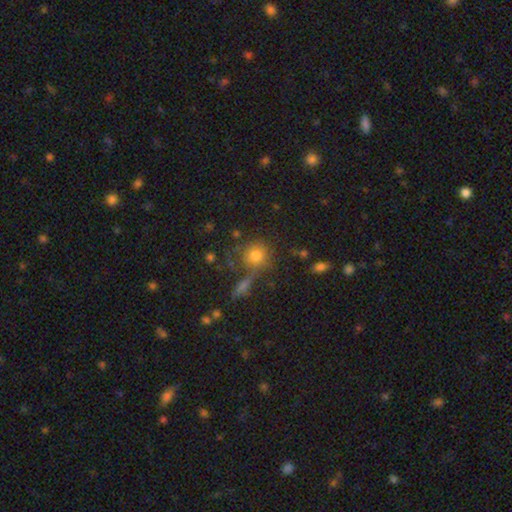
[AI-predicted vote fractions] Smooth or featured? Predicted: smooth (p=0.74). How rounded? Predicted: round (p=0.86). Merging? Predicted: none (p=0.60).